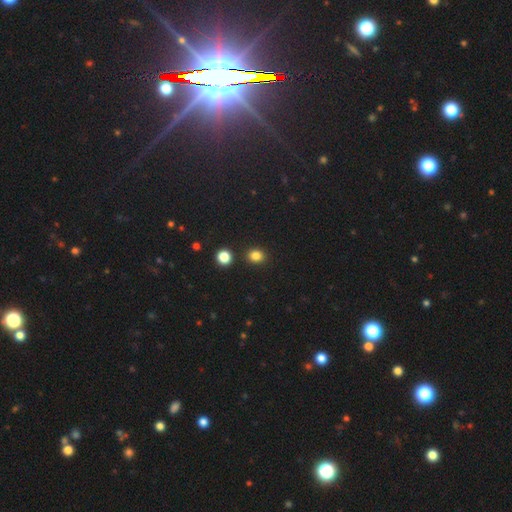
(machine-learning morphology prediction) Smooth or featured?
  - smooth: 84% *
  - star or artifact: 13%
  - featured or disk: 4%
How rounded?
  - round: 63% *
  - in between: 36%
  - cigar-shaped: 1%
Merging?
  - none: 86% *
  - minor disturbance: 7%
  - merger: 5%
  - major disturbance: 2%